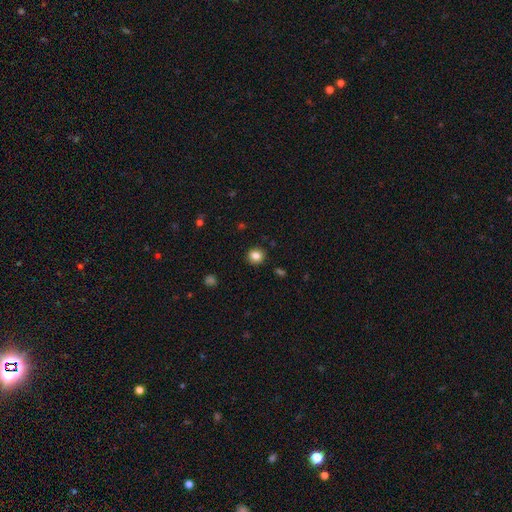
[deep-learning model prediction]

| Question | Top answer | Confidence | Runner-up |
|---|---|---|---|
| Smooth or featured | smooth | 84% | star or artifact (11%) |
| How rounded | round | 85% | in between (14%) |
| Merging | none | 90% | minor disturbance (7%) |